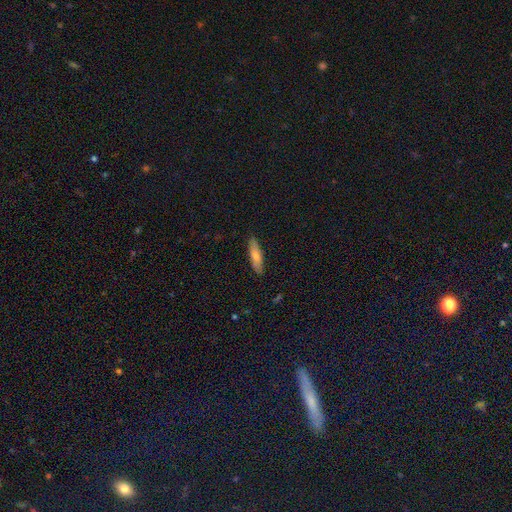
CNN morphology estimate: Overall: smooth (70%). How rounded: cigar-shaped (65%; in between 33%). Merging: none (87%).